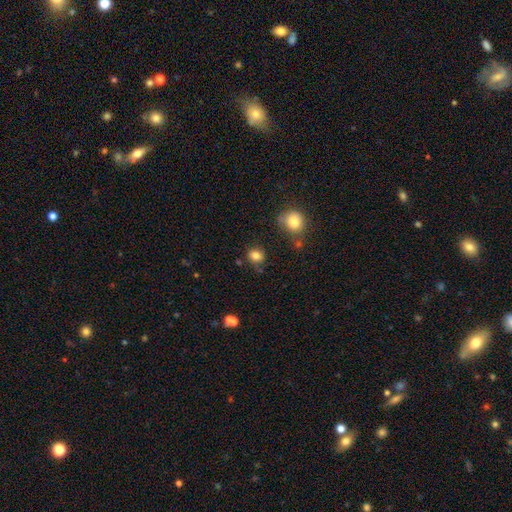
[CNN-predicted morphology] A smooth galaxy with no disk features (82%) that is round (70%).

Vote fractions:
- Smooth or featured? smooth: 82% / star or artifact: 12% / featured or disk: 6%
- How rounded? round: 70% / in between: 29% / cigar-shaped: 1%
- Merging? none: 75% / minor disturbance: 16% / merger: 5% / major disturbance: 4%